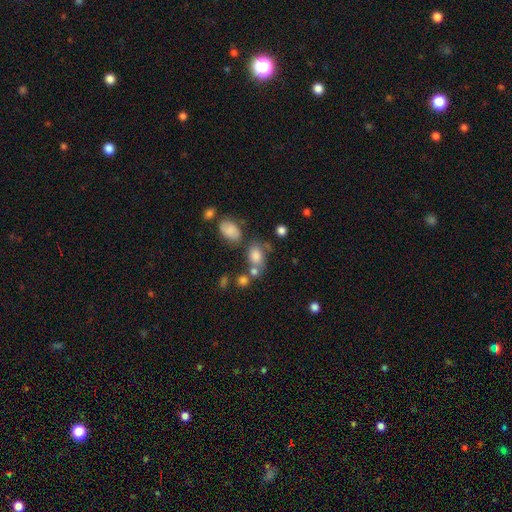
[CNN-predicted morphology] Smooth or featured: smooth — 78% (star or artifact — 12%)
How rounded: in between — 73% (round — 25%)
Merging: none — 48% (merger — 25%)